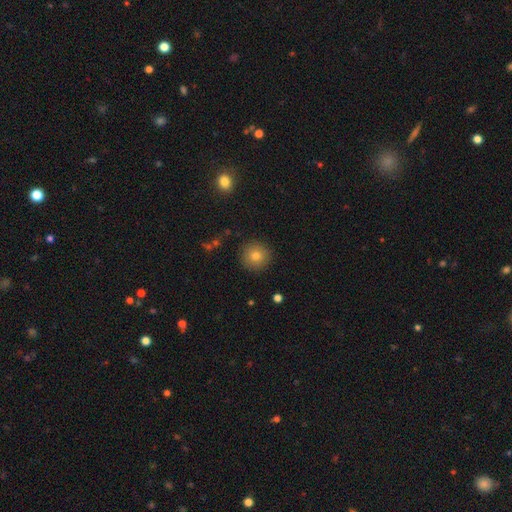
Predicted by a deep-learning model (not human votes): Smooth or featured: smooth — 79% (star or artifact — 11%)
How rounded: round — 95% (in between — 4%)
Merging: none — 91% (minor disturbance — 6%)